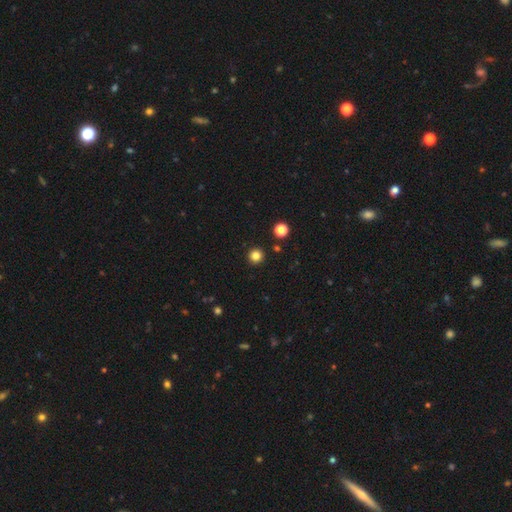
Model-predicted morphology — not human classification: smooth 83%, star or artifact 13%, featured or disk 4%. Down the decision tree: how rounded — round (95%); merging — none (92%).